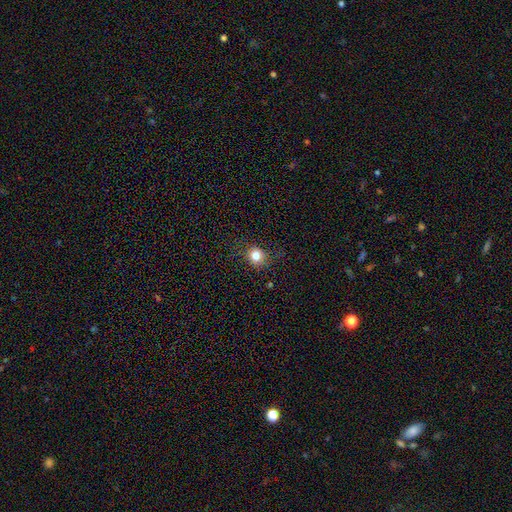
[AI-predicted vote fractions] A smooth galaxy with no disk features (80%) that is round (82%).

Vote fractions:
- Smooth or featured? smooth: 80% / star or artifact: 13% / featured or disk: 7%
- How rounded? round: 82% / in between: 17% / cigar-shaped: 1%
- Merging? none: 84% / minor disturbance: 11% / major disturbance: 4% / merger: 1%